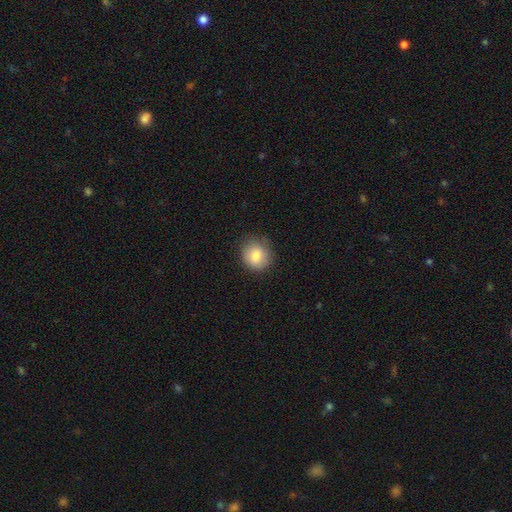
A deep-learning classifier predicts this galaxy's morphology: Smooth or featured: smooth — 83% (featured or disk — 8%)
How rounded: round — 81% (in between — 18%)
Merging: none — 80% (minor disturbance — 15%)